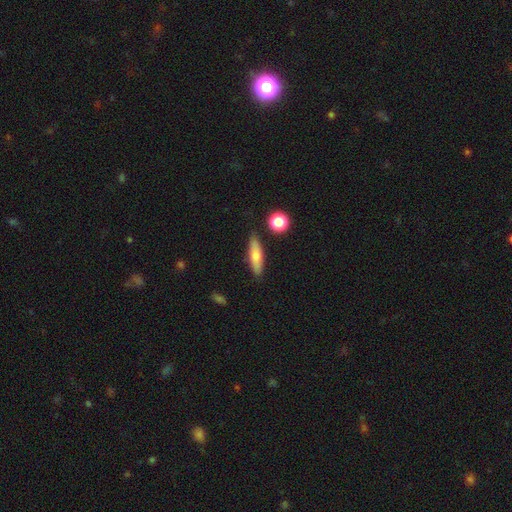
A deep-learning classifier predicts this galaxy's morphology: The model was most divided on "how rounded": cigar-shaped: 60%, in between: 36%, round: 3%. More confident: merging — none (83%); smooth or featured — smooth (68%).